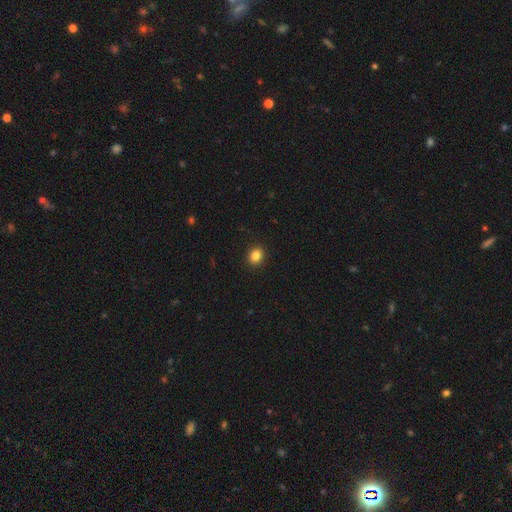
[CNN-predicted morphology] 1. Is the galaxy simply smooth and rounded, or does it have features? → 85% smooth, 11% star or artifact, 4% featured or disk.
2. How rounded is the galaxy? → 62% round, 37% in between, 1% cigar-shaped.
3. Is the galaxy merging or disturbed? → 91% none, 6% minor disturbance, 2% major disturbance, 1% merger.